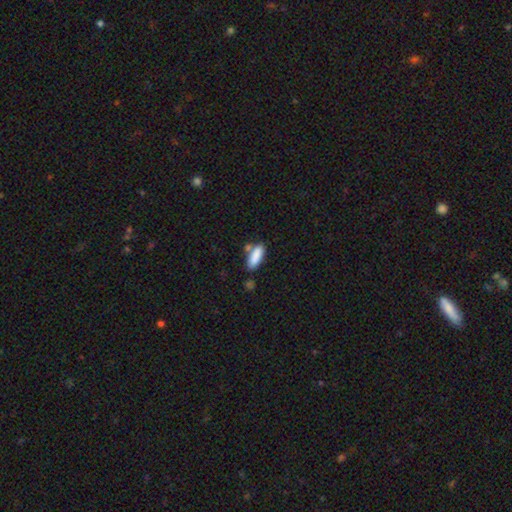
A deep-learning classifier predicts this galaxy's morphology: Smooth or featured: smooth — 87% (star or artifact — 7%)
How rounded: in between — 67% (cigar-shaped — 31%)
Merging: none — 64% (minor disturbance — 16%)